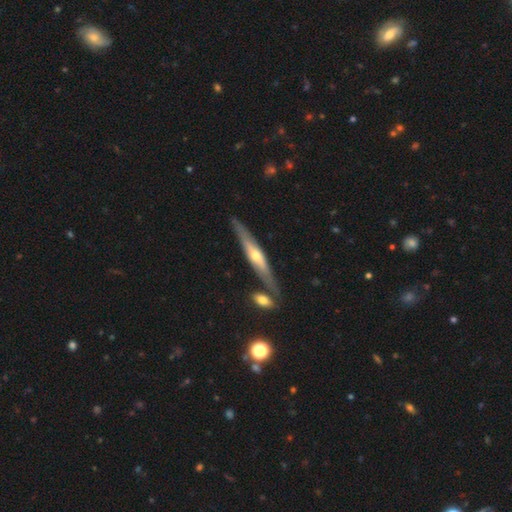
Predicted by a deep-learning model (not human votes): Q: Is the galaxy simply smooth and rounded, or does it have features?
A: featured or disk — 68%.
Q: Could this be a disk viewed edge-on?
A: yes — 92%.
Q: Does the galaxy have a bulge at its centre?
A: rounded — 84%.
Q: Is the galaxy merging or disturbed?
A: none — 79%.